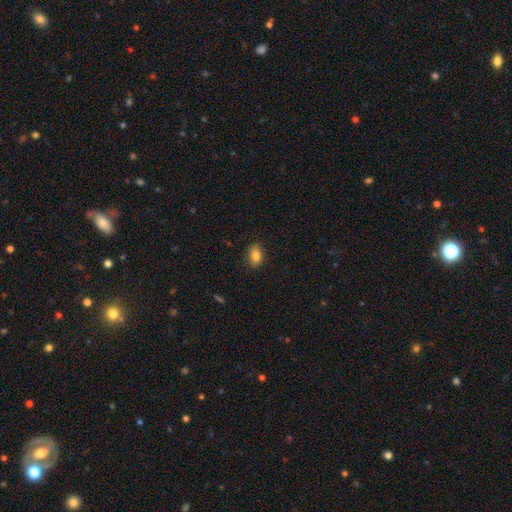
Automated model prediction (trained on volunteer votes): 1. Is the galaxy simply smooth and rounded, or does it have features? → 85% smooth, 9% star or artifact, 7% featured or disk.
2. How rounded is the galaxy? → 85% in between, 13% round, 2% cigar-shaped.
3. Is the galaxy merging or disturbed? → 82% none, 14% minor disturbance, 3% major disturbance, 1% merger.